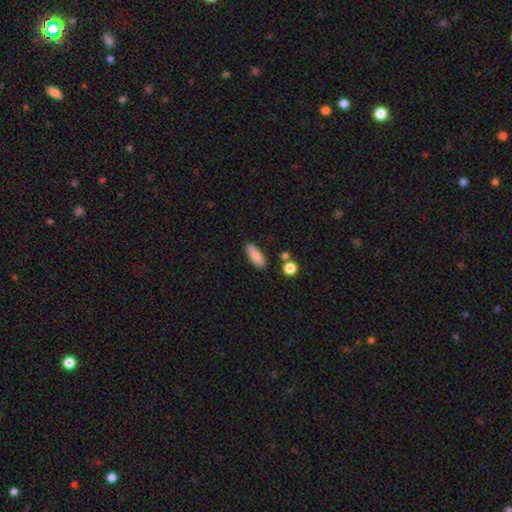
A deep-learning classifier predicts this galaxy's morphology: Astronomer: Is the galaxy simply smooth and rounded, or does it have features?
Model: smooth — 86%.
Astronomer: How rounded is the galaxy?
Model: in between — 69%.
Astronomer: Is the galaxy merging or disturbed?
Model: none — 84%.